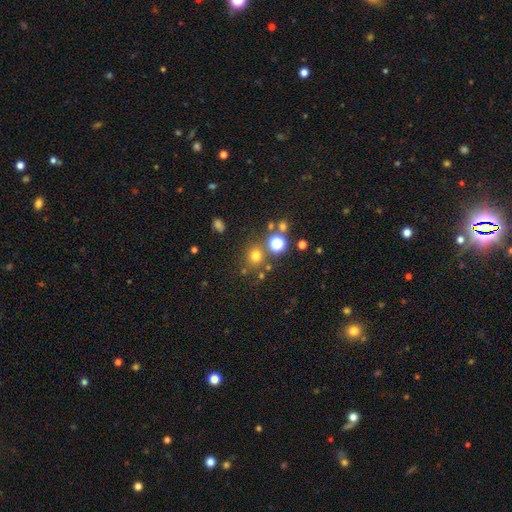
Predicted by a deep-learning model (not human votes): smooth_or_featured: smooth (p=0.70) [alt: star or artifact p=0.23]
how_rounded: round (p=0.87) [alt: in between p=0.12]
merging: none (p=0.76) [alt: merger p=0.10]